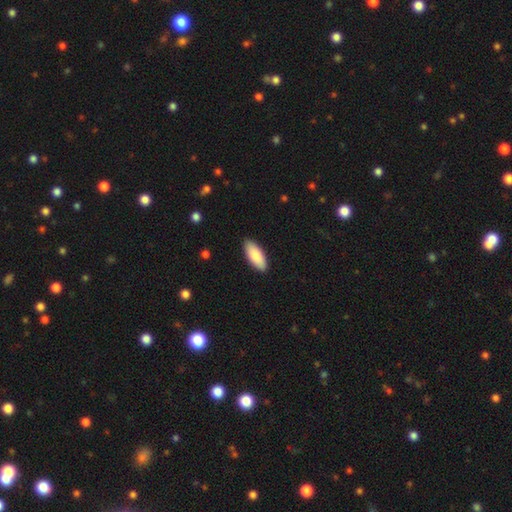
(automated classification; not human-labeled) smooth 83%, featured or disk 12%, star or artifact 5%. Down the decision tree: how rounded — in between (81%); merging — none (90%).